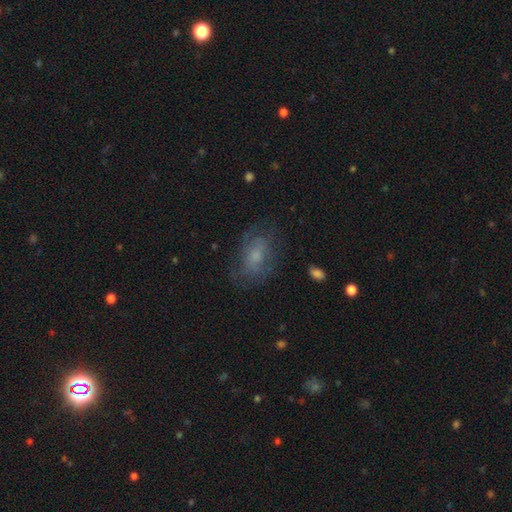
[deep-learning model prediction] Smooth or featured?
  - smooth: 46% *
  - featured or disk: 41%
  - star or artifact: 12%
Merging?
  - none: 63% *
  - minor disturbance: 21%
  - major disturbance: 14%
  - merger: 1%